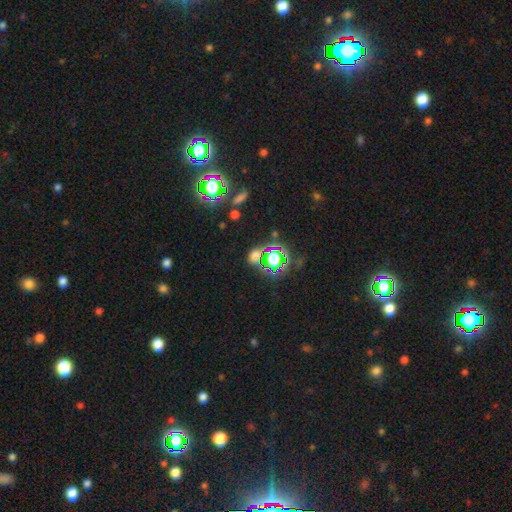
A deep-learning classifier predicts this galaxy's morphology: Smooth or featured? star or artifact (55%)